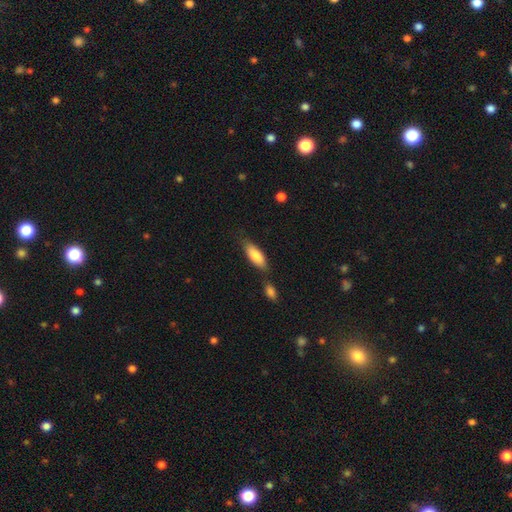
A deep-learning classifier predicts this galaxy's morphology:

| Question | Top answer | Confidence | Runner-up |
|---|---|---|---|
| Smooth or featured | smooth | 82% | featured or disk (12%) |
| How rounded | in between | 66% | cigar-shaped (32%) |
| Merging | none | 64% | minor disturbance (17%) |